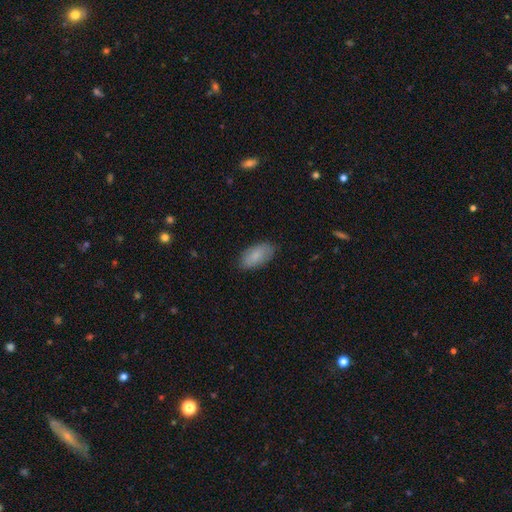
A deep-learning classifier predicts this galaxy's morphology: type=smooth (84%); roundness=in between (93%); merging=none (83%).